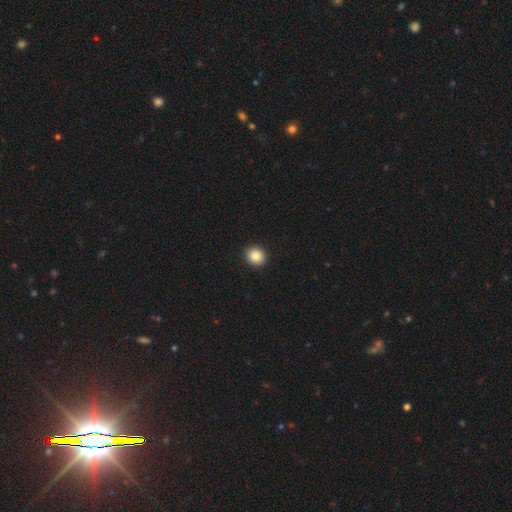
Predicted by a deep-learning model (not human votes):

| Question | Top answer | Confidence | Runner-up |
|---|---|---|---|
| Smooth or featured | smooth | 86% | star or artifact (9%) |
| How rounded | round | 85% | in between (14%) |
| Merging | none | 93% | minor disturbance (4%) |